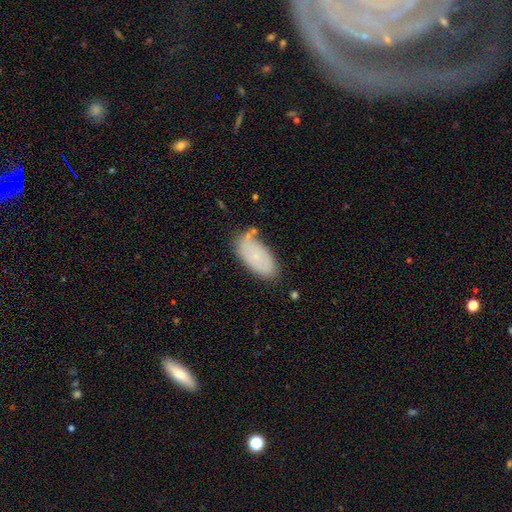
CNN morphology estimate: type=smooth (69%); roundness=in between (92%); merging=none (65%).